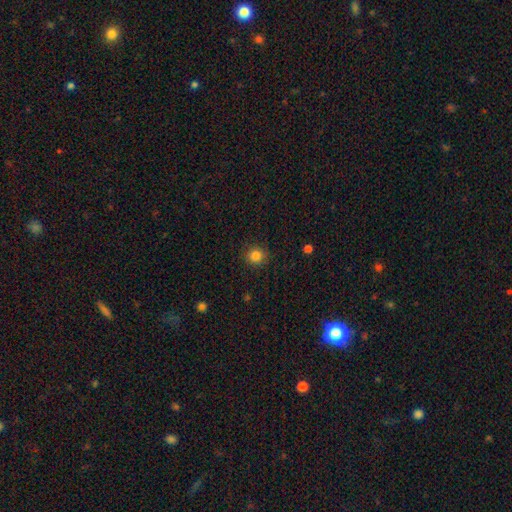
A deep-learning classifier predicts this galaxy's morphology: Smooth or featured? Predicted: smooth (p=0.84). How rounded? Predicted: round (p=0.89). Merging? Predicted: none (p=0.89).